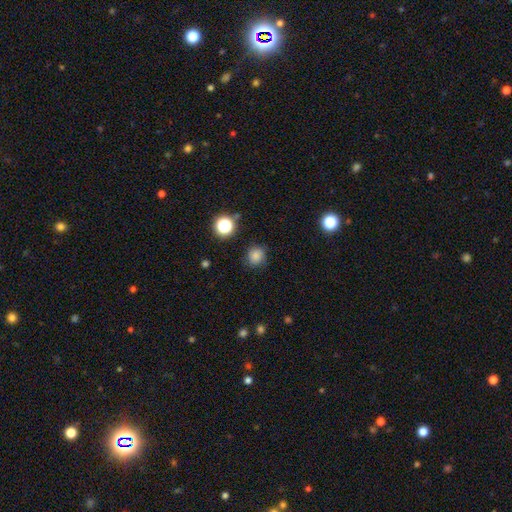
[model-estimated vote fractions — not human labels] smooth 79%, star or artifact 15%, featured or disk 6%. Down the decision tree: how rounded — round (87%); merging — none (81%).